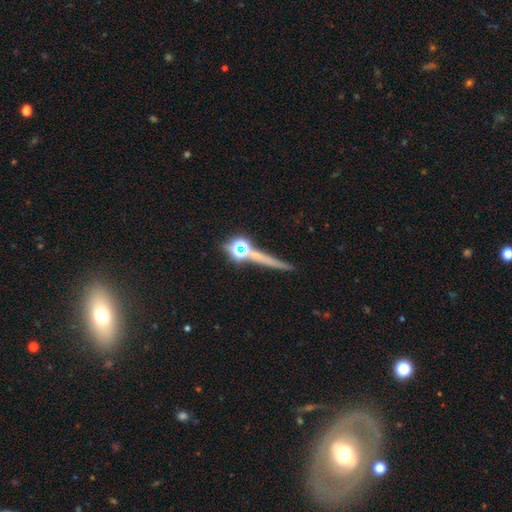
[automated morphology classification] smooth-or-featured: star or artifact: 38% | smooth: 34% | featured or disk: 28%